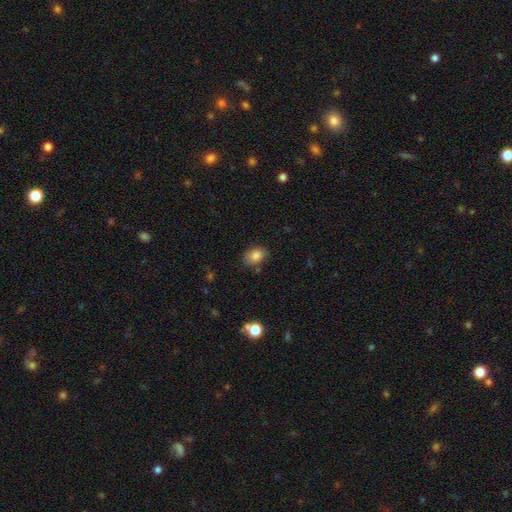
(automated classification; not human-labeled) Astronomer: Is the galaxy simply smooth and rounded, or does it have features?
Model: smooth — 85%.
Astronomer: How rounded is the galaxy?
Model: in between — 72%.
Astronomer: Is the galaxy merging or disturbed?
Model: none — 78%.